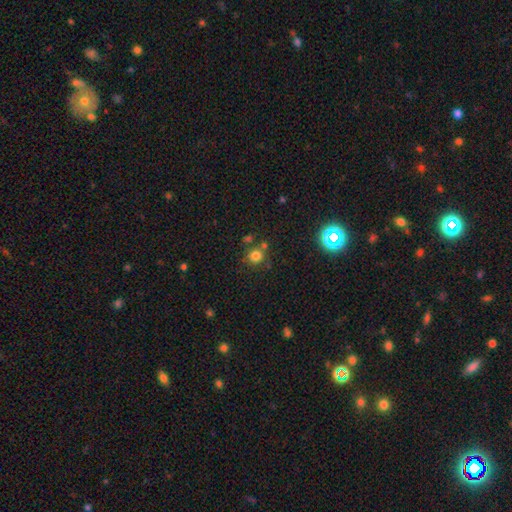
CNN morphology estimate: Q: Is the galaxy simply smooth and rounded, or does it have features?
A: smooth — 77%.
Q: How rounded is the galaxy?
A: round — 88%.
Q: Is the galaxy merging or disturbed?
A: none — 70%.